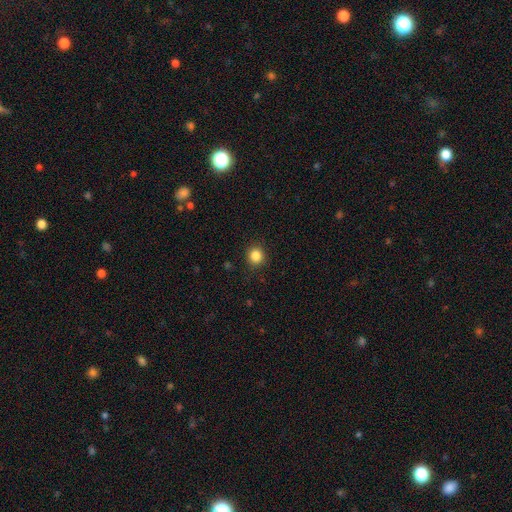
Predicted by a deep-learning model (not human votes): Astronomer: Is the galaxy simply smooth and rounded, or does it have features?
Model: smooth — 85%.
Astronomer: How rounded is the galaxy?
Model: round — 90%.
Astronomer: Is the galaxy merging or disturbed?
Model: none — 91%.